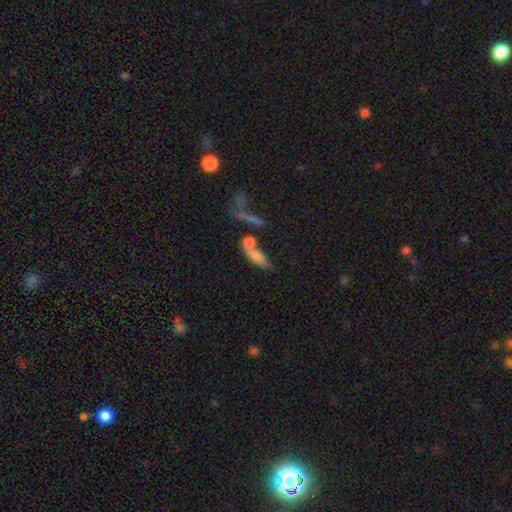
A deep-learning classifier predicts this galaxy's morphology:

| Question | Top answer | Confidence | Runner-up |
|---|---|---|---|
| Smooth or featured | smooth | 69% | featured or disk (21%) |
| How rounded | in between | 53% | cigar-shaped (40%) |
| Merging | merger | 44% | none (34%) |